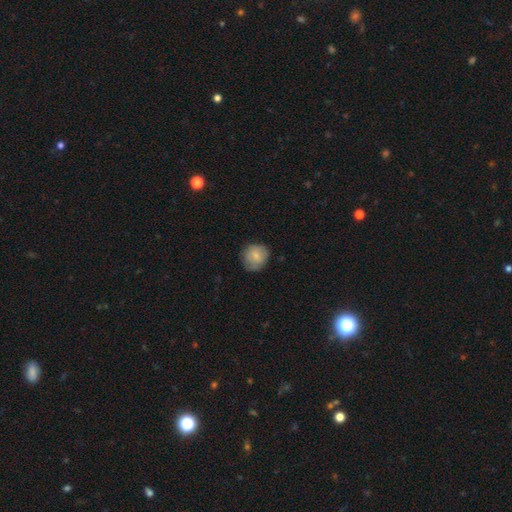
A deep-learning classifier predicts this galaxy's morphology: Smooth or featured? Predicted: smooth (p=0.75). How rounded? Predicted: round (p=0.84). Merging? Predicted: none (p=0.74).